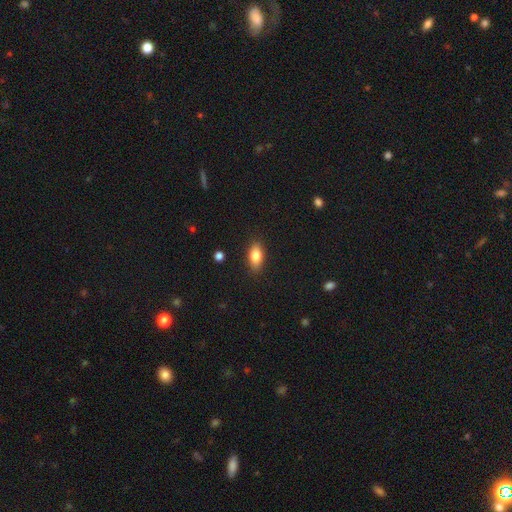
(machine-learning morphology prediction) Smooth or featured?
  - smooth: 84% *
  - featured or disk: 9%
  - star or artifact: 7%
How rounded?
  - in between: 87% *
  - cigar-shaped: 8%
  - round: 5%
Merging?
  - none: 87% *
  - minor disturbance: 9%
  - major disturbance: 2%
  - merger: 1%